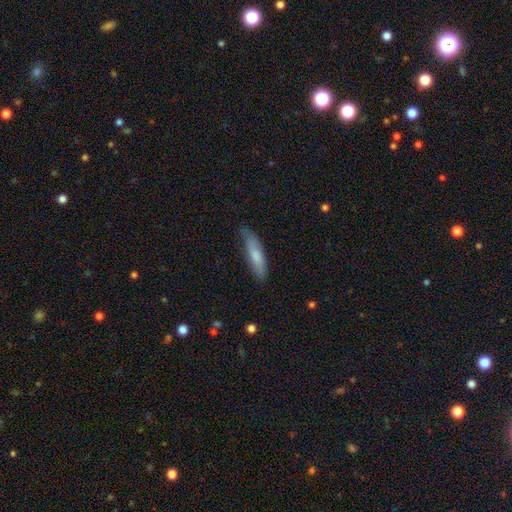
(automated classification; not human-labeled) Morphology: type=smooth (74%); roundness=cigar-shaped (71%); merging=none (74%).